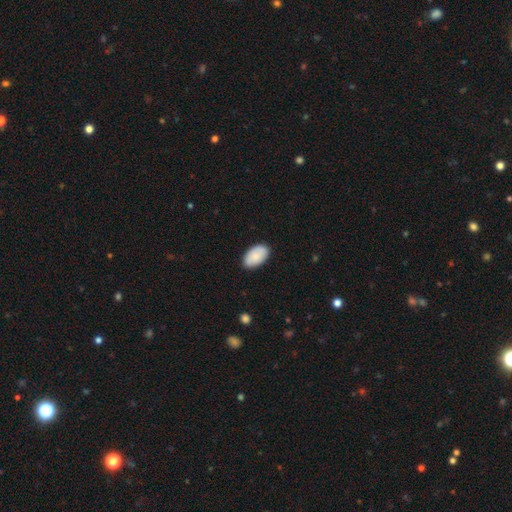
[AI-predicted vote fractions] A smooth galaxy with no disk features (86%) that is in between round and cigar-shaped (95%). Merging: none (85%).